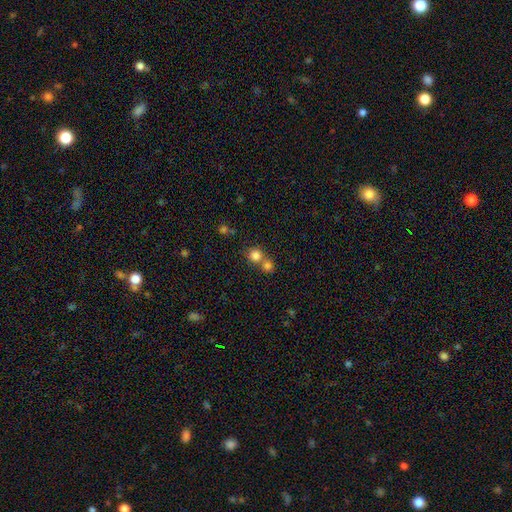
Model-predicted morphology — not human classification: Smooth or featured? Predicted: smooth (p=0.80). How rounded? Predicted: round (p=0.90). Merging? Predicted: none (p=0.51).